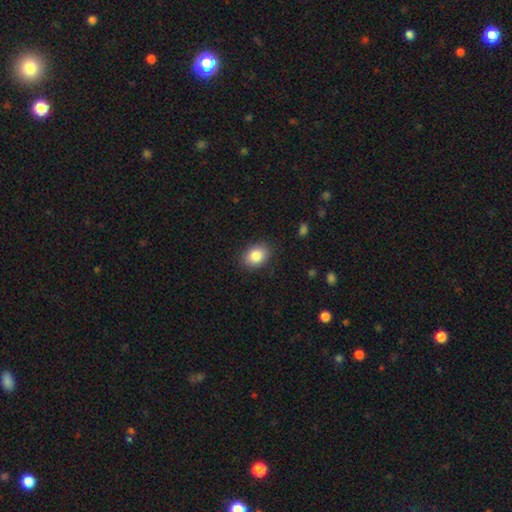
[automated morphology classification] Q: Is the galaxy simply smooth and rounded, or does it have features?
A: smooth — 86%.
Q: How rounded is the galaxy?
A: in between — 72%.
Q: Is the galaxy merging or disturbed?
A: none — 86%.